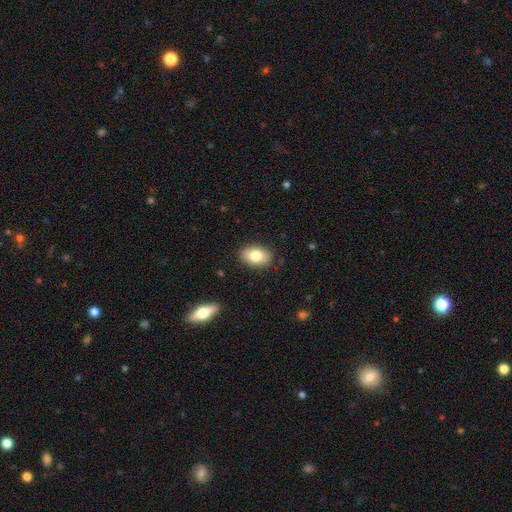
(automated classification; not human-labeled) Smooth or featured? smooth (82%)
How rounded? in between (87%)
Merging? none (86%)